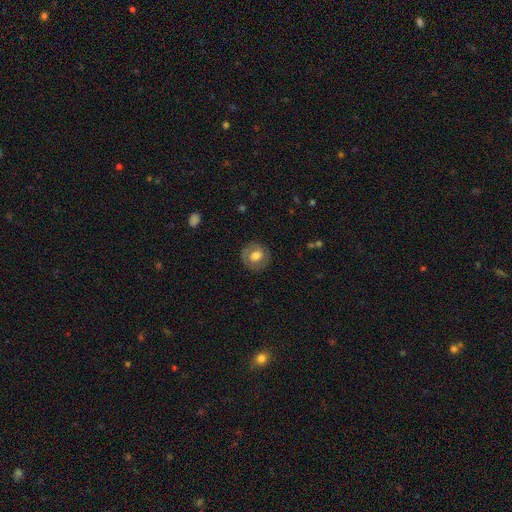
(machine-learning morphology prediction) Overall: smooth (58%; featured or disk 34%). How rounded: round (84%). Merging: none (83%).